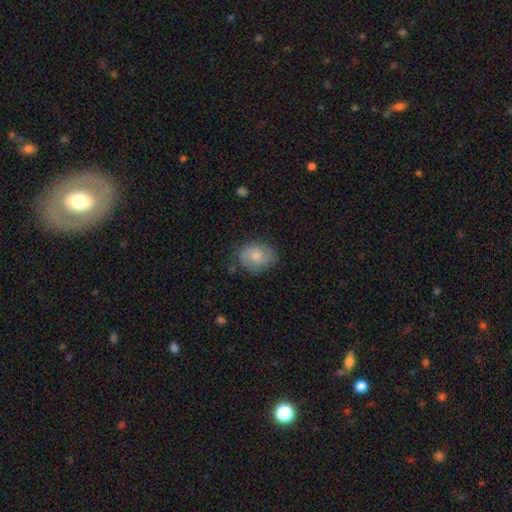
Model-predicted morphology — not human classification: A featured or disk galaxy (48%). Merging: none (71%).